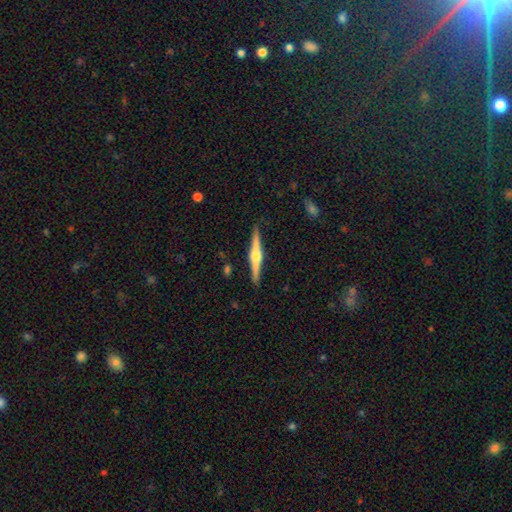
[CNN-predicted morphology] The model was most divided on "smooth or featured": featured or disk: 79%, smooth: 16%, star or artifact: 5%. More confident: edge-on disk — yes (98%); edge-on bulge — rounded (94%); merging — none (91%).